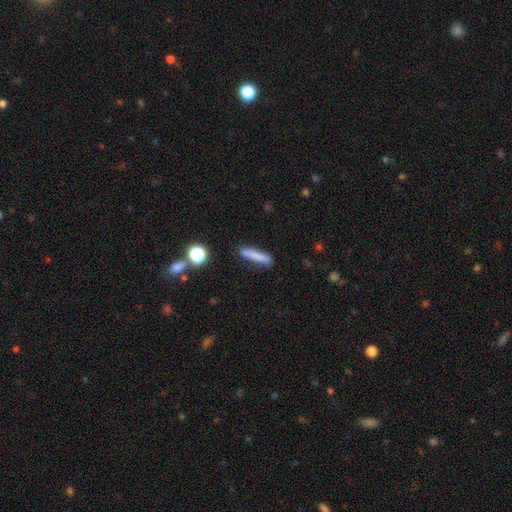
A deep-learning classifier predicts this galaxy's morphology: smooth 79%, featured or disk 12%, star or artifact 9%. Down the decision tree: how rounded — cigar-shaped (86%); merging — none (78%).